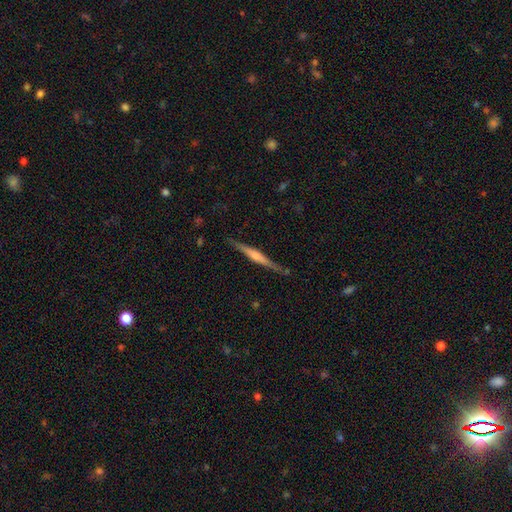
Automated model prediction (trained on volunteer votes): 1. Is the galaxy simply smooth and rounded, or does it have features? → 66% featured or disk, 28% smooth, 6% star or artifact.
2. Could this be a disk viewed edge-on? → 98% yes, 2% no.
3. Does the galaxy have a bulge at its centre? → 49% rounded, 30% boxy, 21% none.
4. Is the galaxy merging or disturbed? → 86% none, 10% minor disturbance, 2% major disturbance, 2% merger.